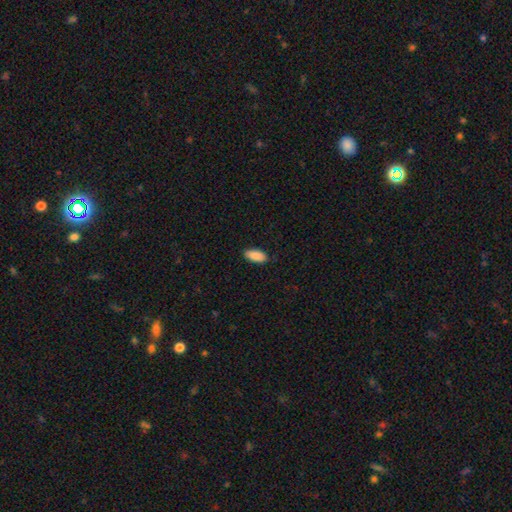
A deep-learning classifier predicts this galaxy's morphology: Smooth or featured? smooth (90%)
How rounded? in between (89%)
Merging? none (88%)